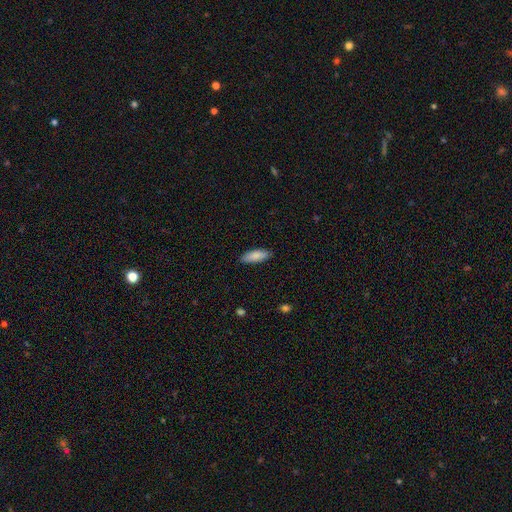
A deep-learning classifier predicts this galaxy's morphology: Q: Smooth or featured?
A: smooth (86%); runner-up: featured or disk (8%)
Q: How rounded?
A: in between (67%); runner-up: cigar-shaped (31%)
Q: Merging?
A: none (87%); runner-up: minor disturbance (10%)